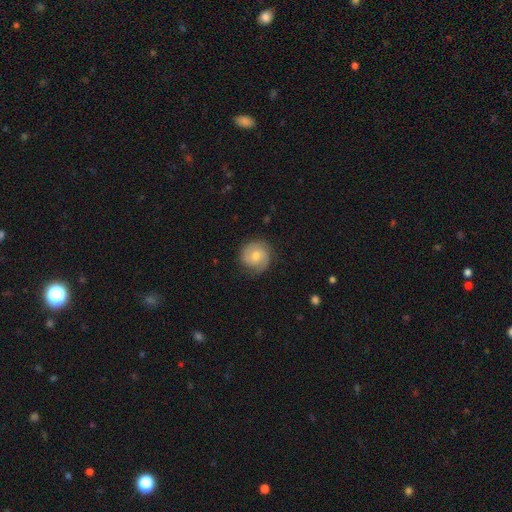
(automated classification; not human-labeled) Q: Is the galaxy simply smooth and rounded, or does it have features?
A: featured or disk — 56%.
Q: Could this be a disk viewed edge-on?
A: no — 98%.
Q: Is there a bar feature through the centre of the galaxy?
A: no — 56%.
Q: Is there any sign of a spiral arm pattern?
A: yes — 89%.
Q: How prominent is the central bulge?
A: moderate — 59%.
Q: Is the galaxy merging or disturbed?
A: none — 79%.